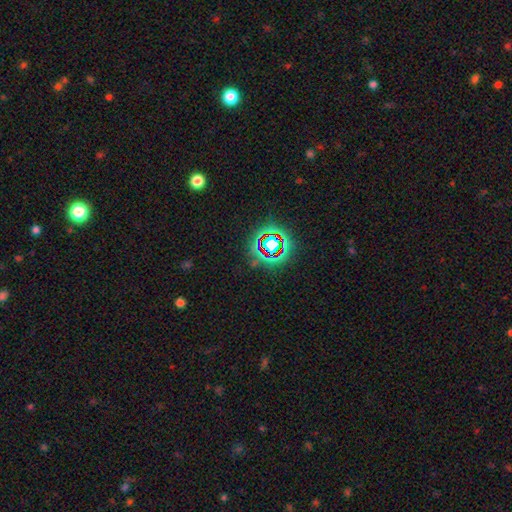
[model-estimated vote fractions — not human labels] The model was most divided on "smooth or featured": star or artifact: 56%, smooth: 23%, featured or disk: 21%.